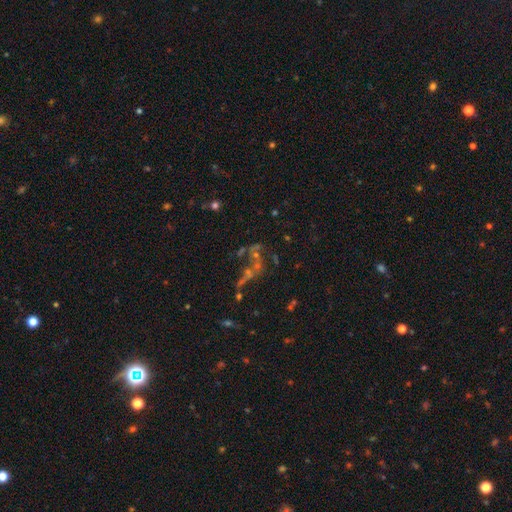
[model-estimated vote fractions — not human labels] star or artifact 42%, featured or disk 37%, smooth 22%.